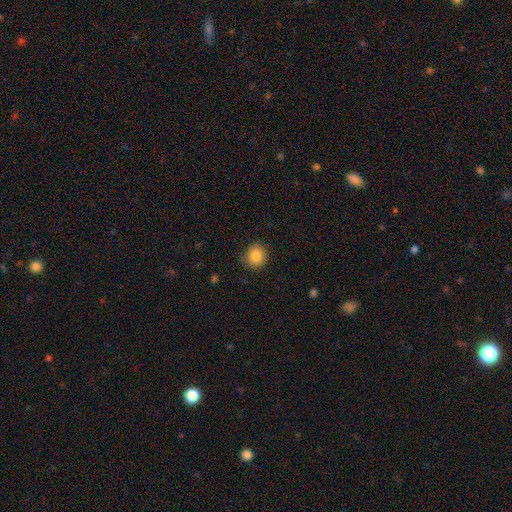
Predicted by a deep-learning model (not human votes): Smooth or featured: smooth — 85% (star or artifact — 10%)
How rounded: round — 87% (in between — 12%)
Merging: none — 86% (minor disturbance — 10%)